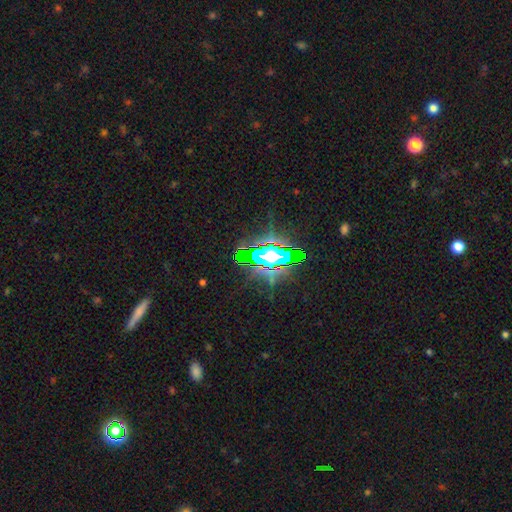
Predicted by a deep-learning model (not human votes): Smooth or featured: star or artifact — 78% (featured or disk — 12%)